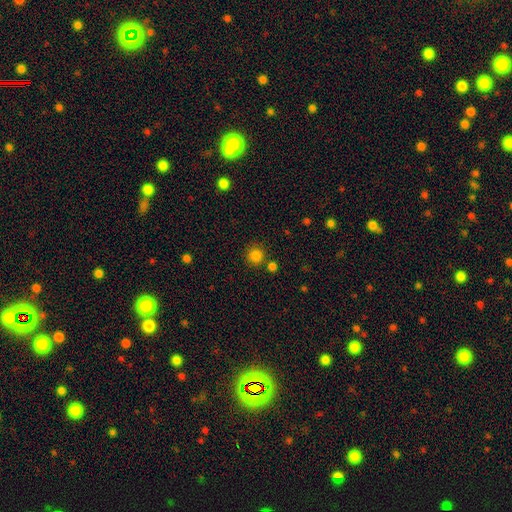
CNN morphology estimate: Smooth or featured? Predicted: smooth (p=0.84). How rounded? Predicted: round (p=0.93). Merging? Predicted: none (p=0.80).